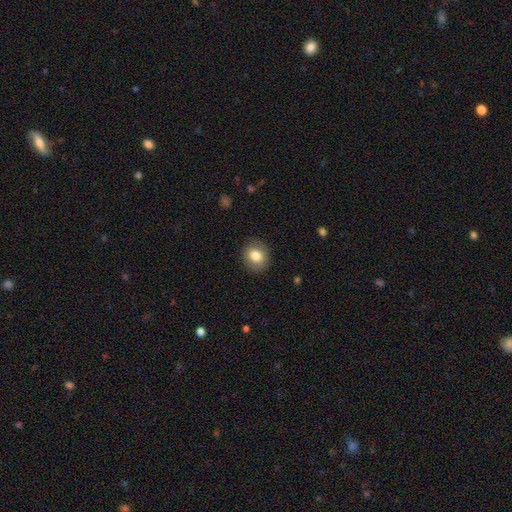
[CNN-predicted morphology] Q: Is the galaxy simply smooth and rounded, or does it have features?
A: smooth — 82%.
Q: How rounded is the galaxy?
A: round — 69%.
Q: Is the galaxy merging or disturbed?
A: none — 88%.